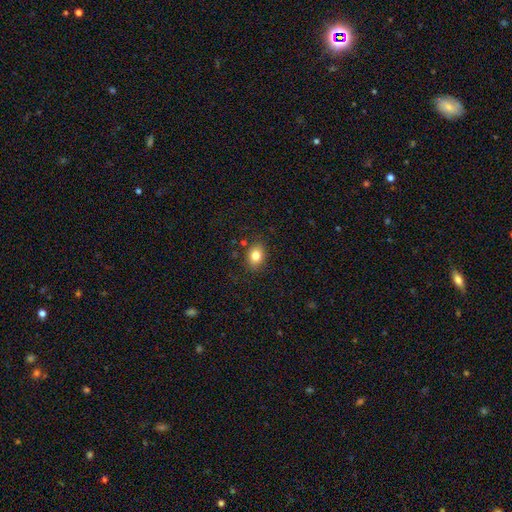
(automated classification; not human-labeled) Smooth or featured? Predicted: smooth (p=0.81). How rounded? Predicted: in between (p=0.66). Merging? Predicted: none (p=0.85).